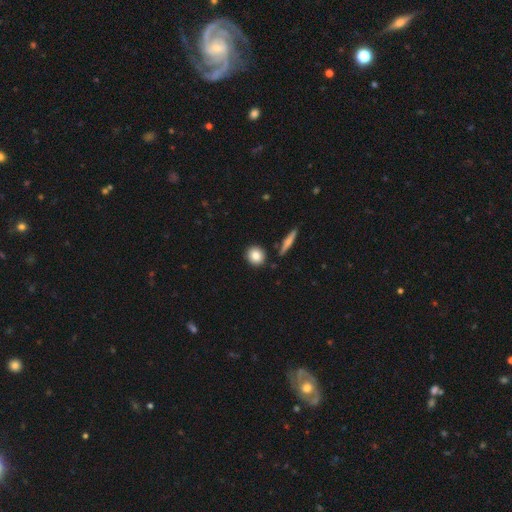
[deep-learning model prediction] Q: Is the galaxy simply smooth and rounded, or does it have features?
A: smooth — 85%.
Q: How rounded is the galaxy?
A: round — 83%.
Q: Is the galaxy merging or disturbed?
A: none — 87%.